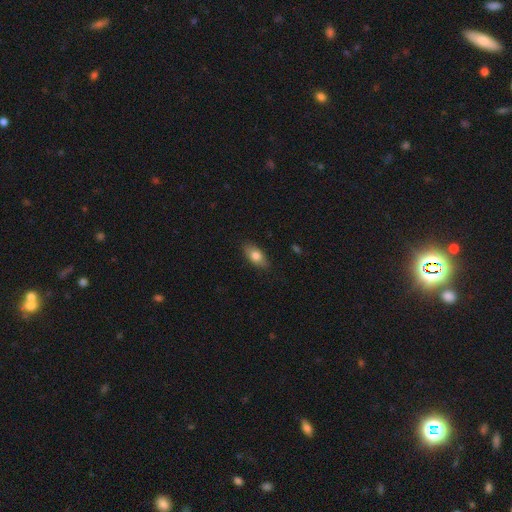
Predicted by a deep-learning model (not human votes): Smooth or featured? smooth (78%)
How rounded? in between (87%)
Merging? none (85%)